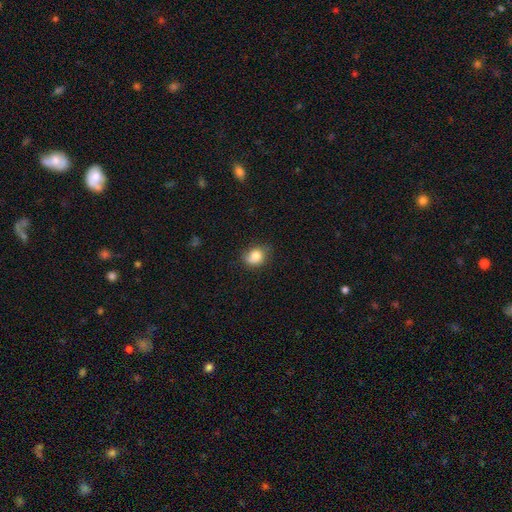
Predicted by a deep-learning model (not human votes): This appears to be a smooth galaxy with no disk features (77%) that is round (65%). Merging: none (59%).